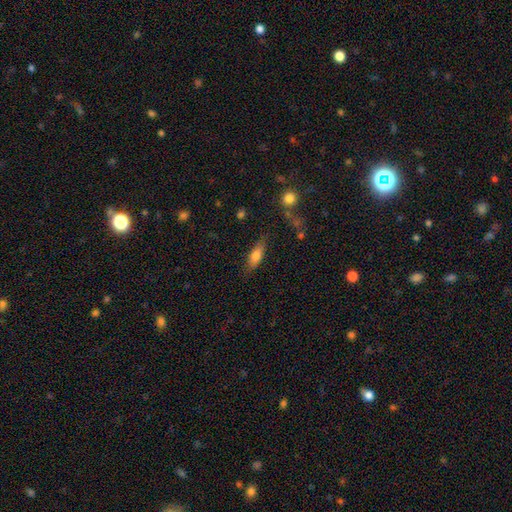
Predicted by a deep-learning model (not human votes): Smooth or featured: smooth — 74% (featured or disk — 19%)
How rounded: in between — 62% (cigar-shaped — 35%)
Merging: none — 76% (minor disturbance — 17%)